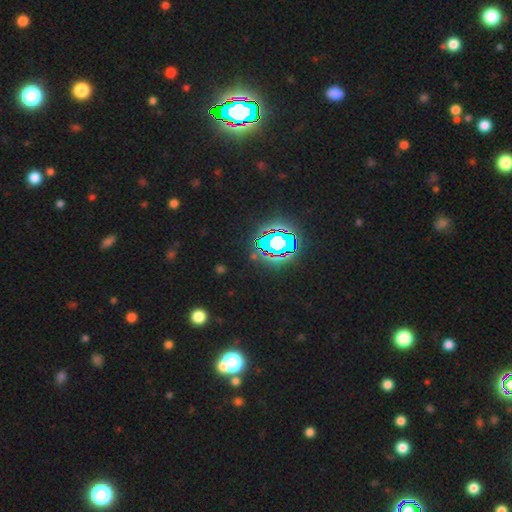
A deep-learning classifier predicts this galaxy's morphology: This is likely a star or artifact rather than a galaxy (74%).